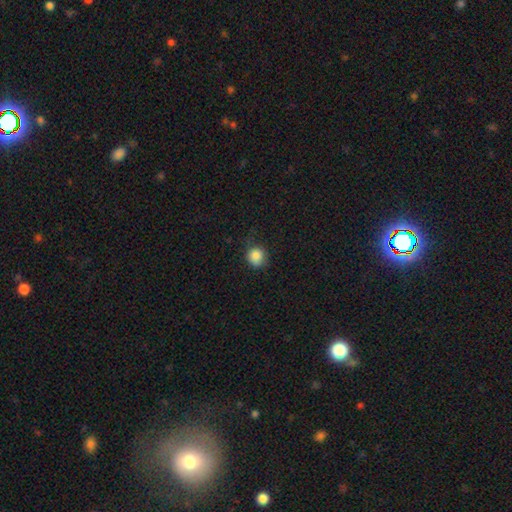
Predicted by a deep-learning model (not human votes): smooth 86%, star or artifact 10%, featured or disk 4%. Down the decision tree: how rounded — round (85%); merging — none (73%).